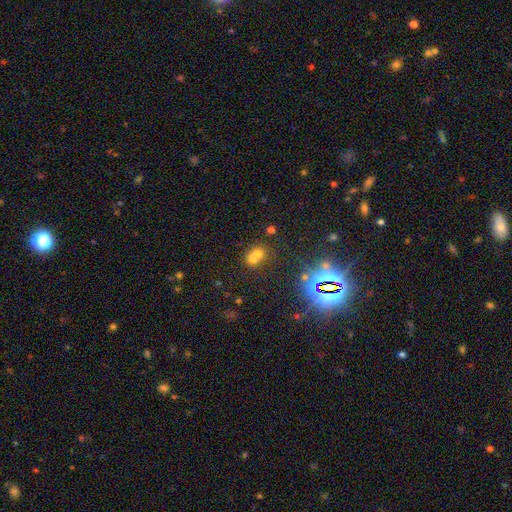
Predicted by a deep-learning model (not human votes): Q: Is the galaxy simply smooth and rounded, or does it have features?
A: smooth — 59%.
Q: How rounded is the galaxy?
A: round — 67%.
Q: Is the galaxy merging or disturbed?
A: merger — 59%.